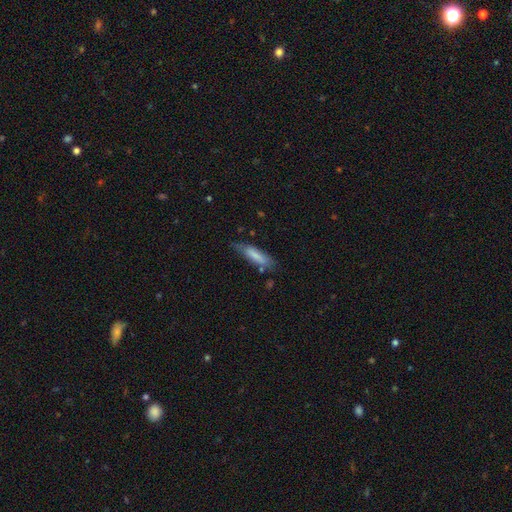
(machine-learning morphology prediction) A smooth galaxy with no disk features (76%) that is cigar-shaped (65%). Merging: none (64%).